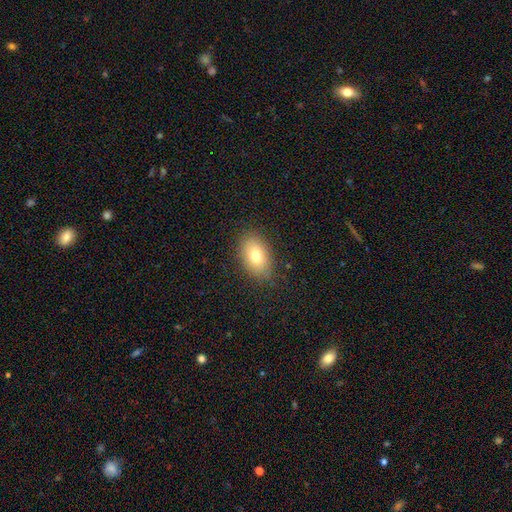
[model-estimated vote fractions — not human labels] Overall: smooth (77%). How rounded: in between (85%). Merging: none (84%).